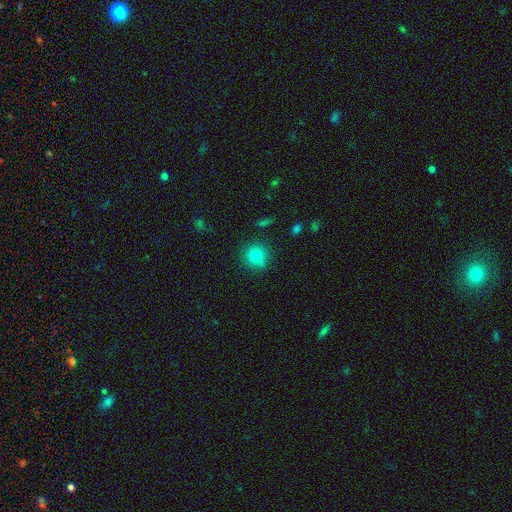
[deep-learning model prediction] Morphology: type=smooth (79%); roundness=round (92%); merging=none (84%).